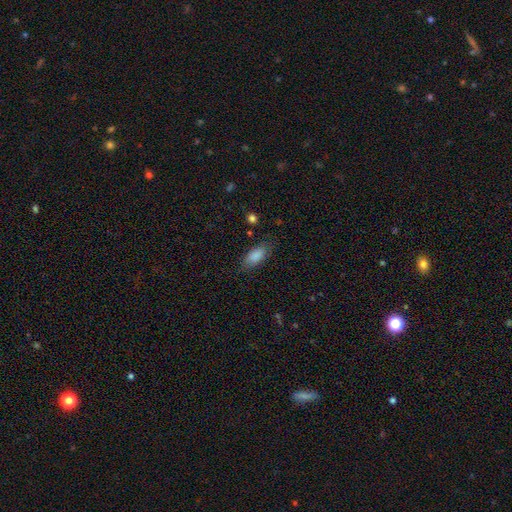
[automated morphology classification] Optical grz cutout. It shows a smooth galaxy with no disk features (87%) that is in between round and cigar-shaped (87%). Merging: none (78%).